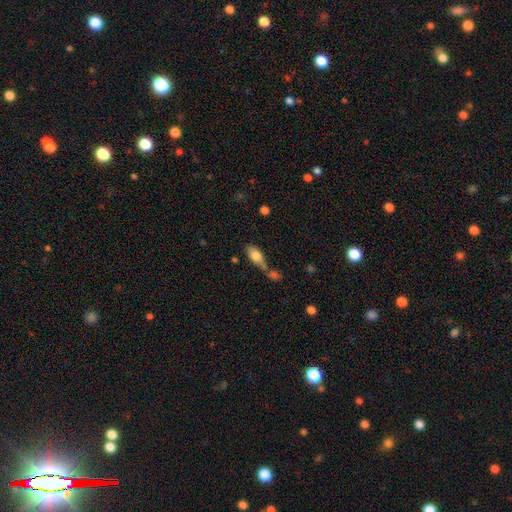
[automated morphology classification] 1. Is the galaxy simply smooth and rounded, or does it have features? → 77% smooth, 16% featured or disk, 7% star or artifact.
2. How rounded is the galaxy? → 85% in between, 10% cigar-shaped, 4% round.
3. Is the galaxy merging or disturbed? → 41% none, 36% merger, 16% minor disturbance, 7% major disturbance.